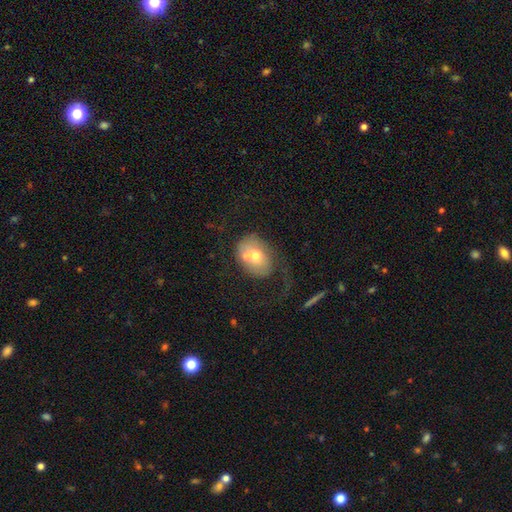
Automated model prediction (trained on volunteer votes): Smooth or featured? Predicted: smooth (p=0.48). Merging? Predicted: merger (p=0.58).